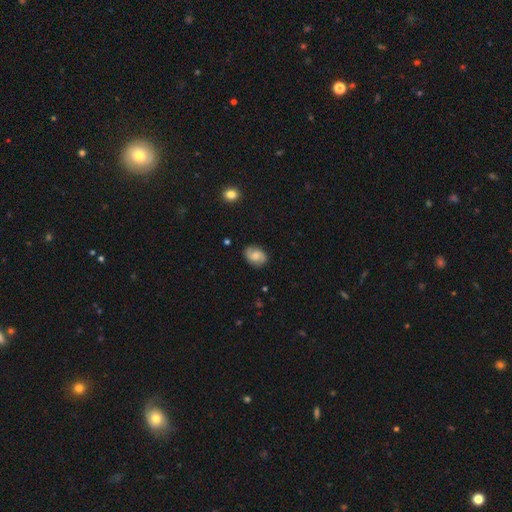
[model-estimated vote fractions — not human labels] Smooth or featured?
  - featured or disk: 46% * (tied)
  - smooth: 46% * (tied)
  - star or artifact: 9%
Merging?
  - none: 82% *
  - minor disturbance: 13%
  - major disturbance: 3%
  - merger: 1%